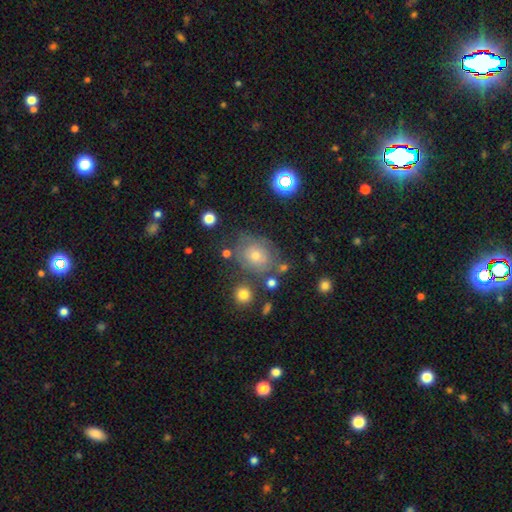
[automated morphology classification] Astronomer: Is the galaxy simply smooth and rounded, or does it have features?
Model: smooth — 47% (runner-up: featured or disk, 34%).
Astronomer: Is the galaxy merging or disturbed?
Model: none — 65%.